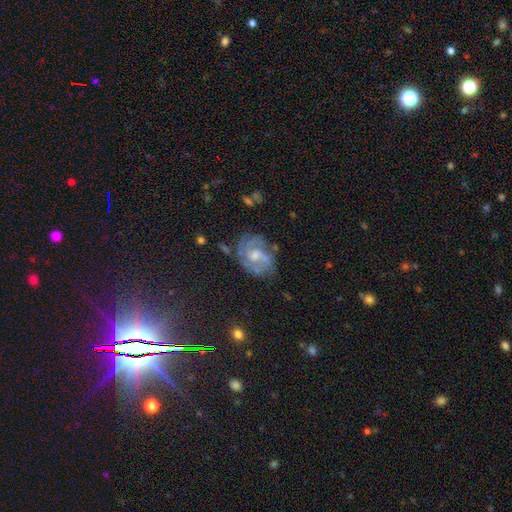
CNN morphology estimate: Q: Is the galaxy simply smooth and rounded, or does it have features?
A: featured or disk — 74%.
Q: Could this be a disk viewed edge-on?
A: no — 97%.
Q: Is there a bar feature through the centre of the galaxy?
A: no — 51%.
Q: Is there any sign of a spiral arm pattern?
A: yes — 87%.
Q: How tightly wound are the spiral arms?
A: medium — 44%.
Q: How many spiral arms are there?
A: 2 — 43%.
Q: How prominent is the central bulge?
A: moderate — 52%.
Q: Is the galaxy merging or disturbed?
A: none — 62%.